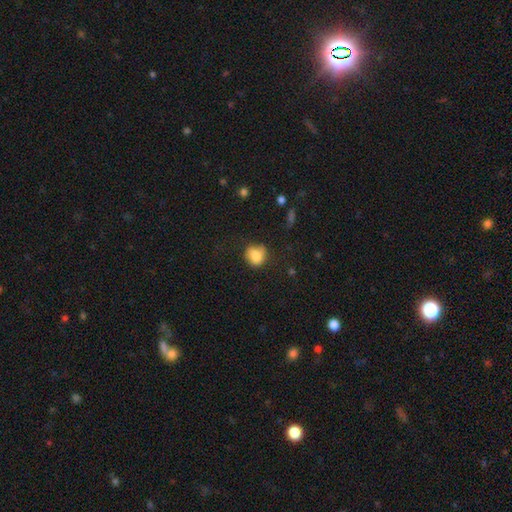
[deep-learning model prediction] Morphology: type=smooth (82%); roundness=round (73%); merging=none (69%).